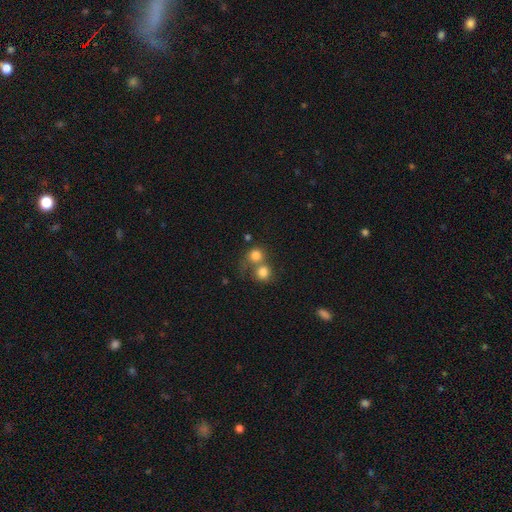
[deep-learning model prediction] smooth_or_featured: smooth (p=0.79) [alt: star or artifact p=0.11]
how_rounded: round (p=0.86) [alt: in between p=0.13]
merging: merger (p=0.50) [alt: none p=0.39]